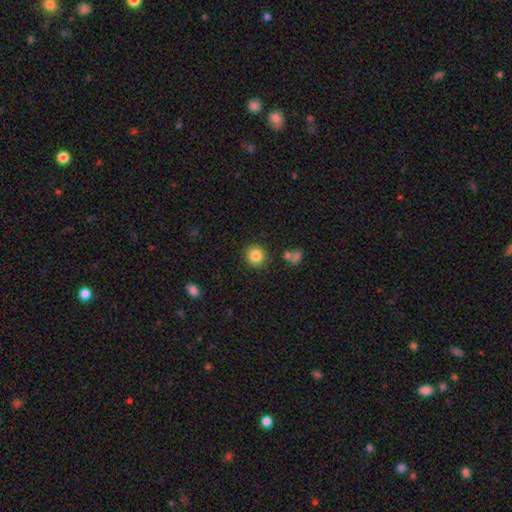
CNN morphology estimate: Smooth or featured?
  - smooth: 84% *
  - star or artifact: 10%
  - featured or disk: 6%
How rounded?
  - round: 91% *
  - in between: 8%
  - cigar-shaped: 1%
Merging?
  - none: 87% *
  - minor disturbance: 7%
  - merger: 3%
  - major disturbance: 2%